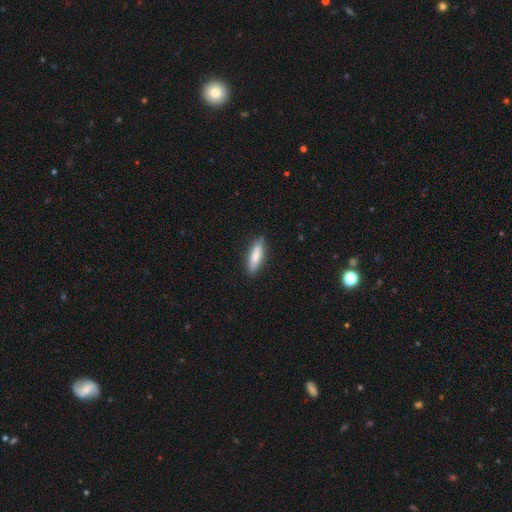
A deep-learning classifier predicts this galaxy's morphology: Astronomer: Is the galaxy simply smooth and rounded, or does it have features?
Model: smooth — 68%.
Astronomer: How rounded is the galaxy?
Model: cigar-shaped — 69%.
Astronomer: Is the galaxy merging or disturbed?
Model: none — 88%.